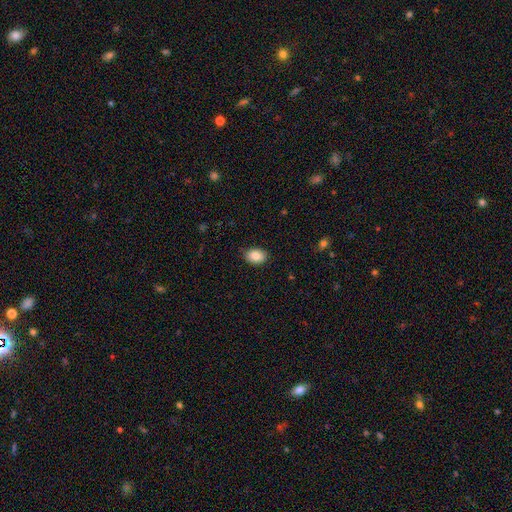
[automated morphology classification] Q: Smooth or featured?
A: smooth (85%); runner-up: star or artifact (7%)
Q: How rounded?
A: in between (82%); runner-up: round (17%)
Q: Merging?
A: none (87%); runner-up: minor disturbance (10%)